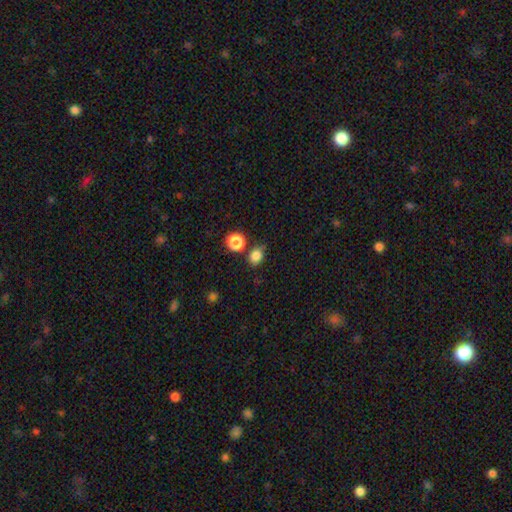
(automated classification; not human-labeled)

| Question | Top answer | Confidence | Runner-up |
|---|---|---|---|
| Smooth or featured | smooth | 82% | star or artifact (13%) |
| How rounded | round | 57% | in between (41%) |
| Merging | none | 70% | minor disturbance (16%) |